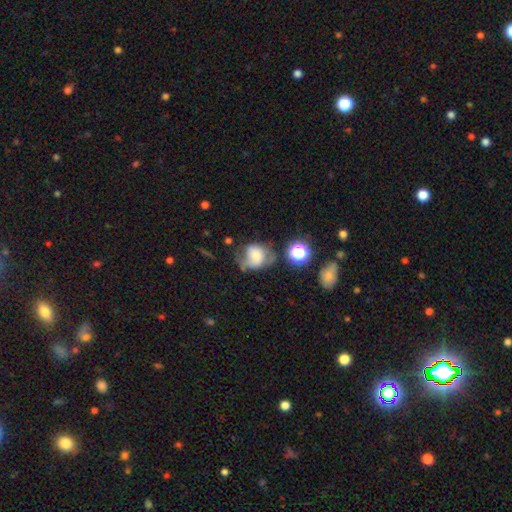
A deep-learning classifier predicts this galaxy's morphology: Q: Smooth or featured?
A: smooth (47%); runner-up: featured or disk (41%)
Q: Merging?
A: none (38%); runner-up: minor disturbance (29%)